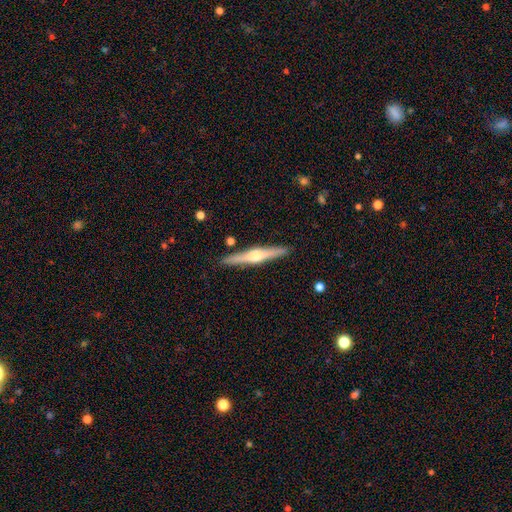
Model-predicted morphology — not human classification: Smooth or featured? featured or disk (73%)
Edge-on disk? yes (98%)
Edge-on bulge? rounded (91%)
Merging? none (90%)